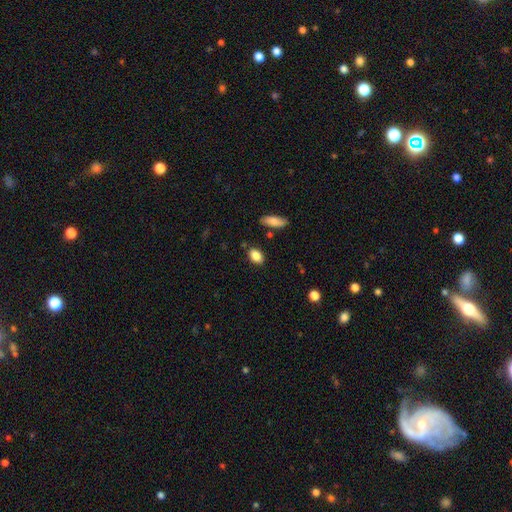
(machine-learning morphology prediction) smooth_or_featured: smooth (p=0.86) [alt: star or artifact p=0.08]
how_rounded: in between (p=0.85) [alt: round p=0.12]
merging: none (p=0.83) [alt: minor disturbance p=0.11]